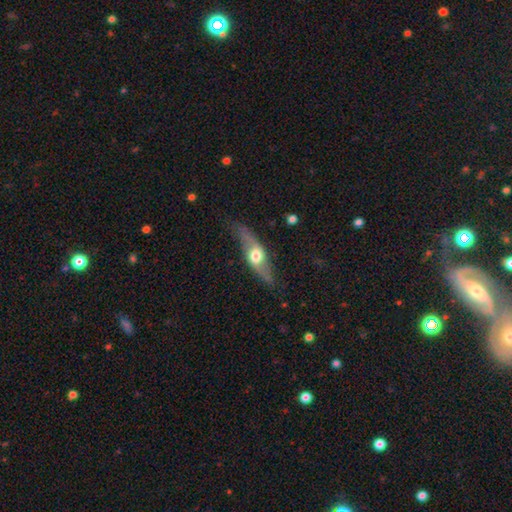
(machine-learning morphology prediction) The model was most divided on "edge-on disk": yes: 62%, no: 38%. More confident: merging — none (75%); smooth or featured — featured or disk (62%).